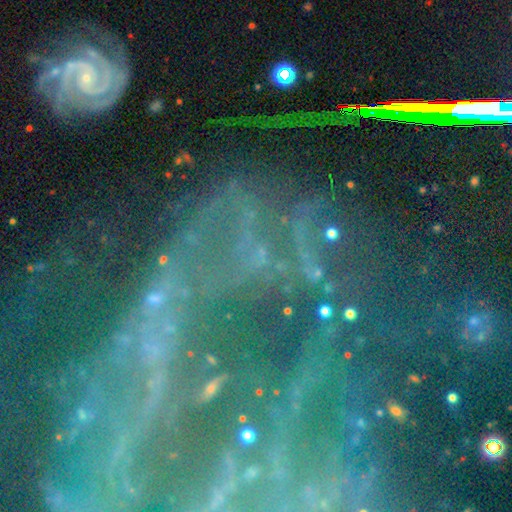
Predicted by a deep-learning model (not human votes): Smooth or featured: star or artifact — 59% (featured or disk — 30%)